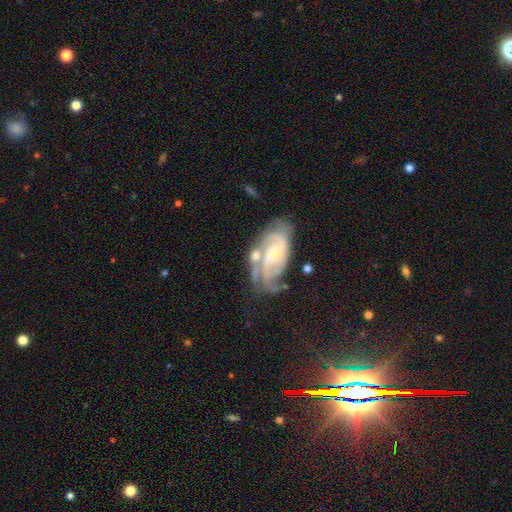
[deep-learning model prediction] smooth-or-featured: featured or disk: 83% | smooth: 11% | star or artifact: 6%
  disk-edge-on: no: 96% | yes: 4%
    bar: no: 56% | weak: 34% | strong: 10%
    has-spiral-arms: yes: 94% | no: 6%
      spiral-winding: tight: 43% (tied) | medium: 43% (tied) | loose: 15%
      spiral-arm-count: 2: 34% | 3: 28% | can't tell: 22% | 4: 8% | 1: 5% | more than 4: 4%
    bulge-size: small: 61% | moderate: 33% | none: 3% | large: 2% | dominant: 1%
  merging: none: 47% | minor disturbance: 22% | merger: 16% | major disturbance: 15%